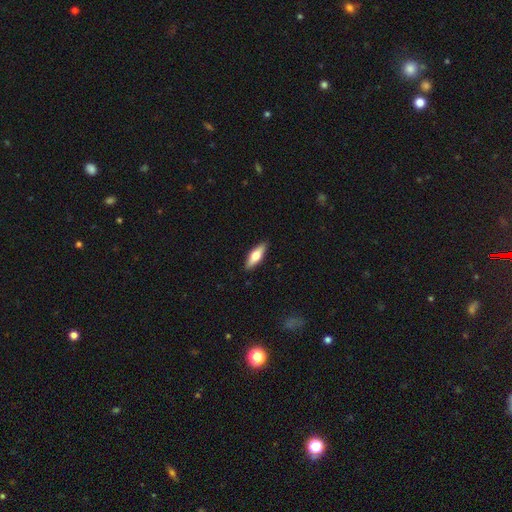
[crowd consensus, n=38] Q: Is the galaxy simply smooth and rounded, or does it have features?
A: featured or disk — 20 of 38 (53%).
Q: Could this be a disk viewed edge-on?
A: yes — 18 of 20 (90%).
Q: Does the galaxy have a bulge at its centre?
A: rounded — 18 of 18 (100%).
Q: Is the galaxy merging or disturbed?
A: none — 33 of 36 (92%).